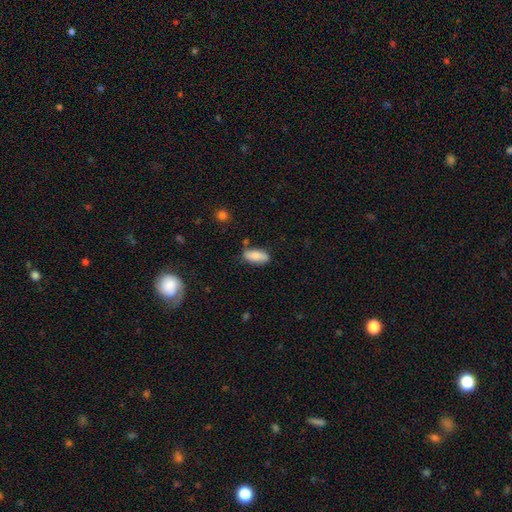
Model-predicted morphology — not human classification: Smooth or featured? smooth (79%)
How rounded? in between (81%)
Merging? none (73%)